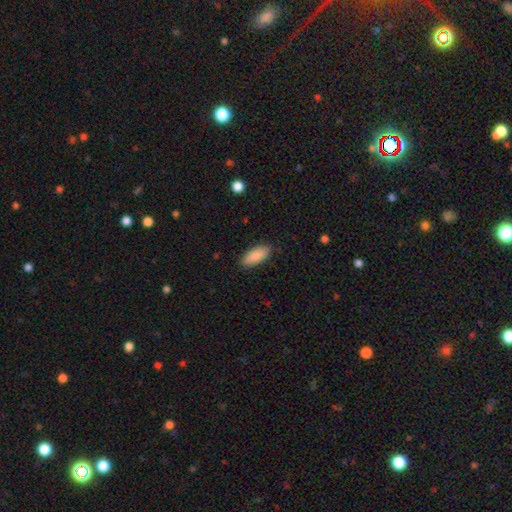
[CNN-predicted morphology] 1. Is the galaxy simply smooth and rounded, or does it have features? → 89% smooth, 6% star or artifact, 5% featured or disk.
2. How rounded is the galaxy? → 83% in between, 15% cigar-shaped, 2% round.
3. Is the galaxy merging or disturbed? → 86% none, 10% minor disturbance, 2% major disturbance, 1% merger.